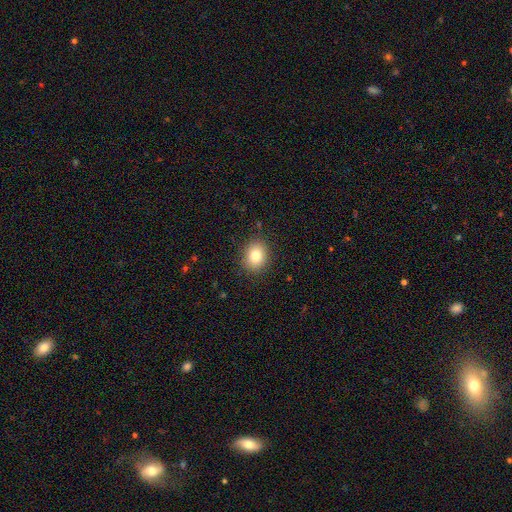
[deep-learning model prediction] Smooth or featured? smooth (80%)
How rounded? round (56%)
Merging? none (88%)